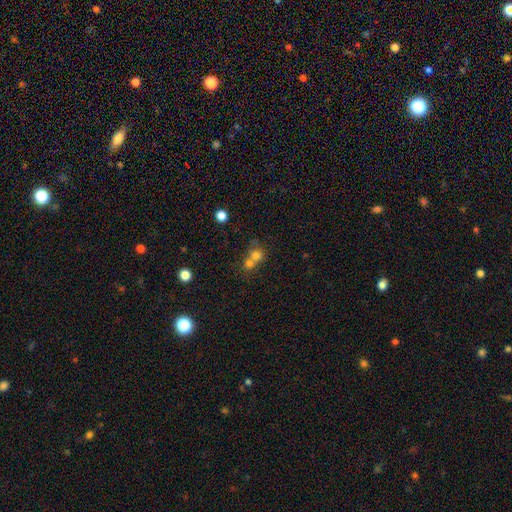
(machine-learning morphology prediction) Smooth or featured: smooth — 70% (featured or disk — 15%)
How rounded: round — 79% (in between — 20%)
Merging: merger — 62% (none — 29%)